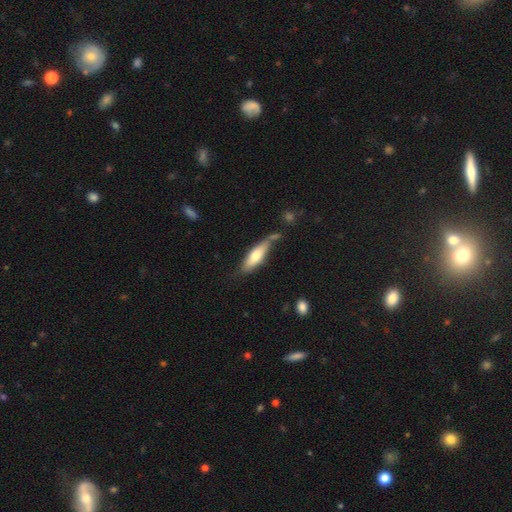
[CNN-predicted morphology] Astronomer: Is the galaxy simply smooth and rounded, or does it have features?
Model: smooth — 64%.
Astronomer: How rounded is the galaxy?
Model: cigar-shaped — 51% (runner-up: in between, 47%).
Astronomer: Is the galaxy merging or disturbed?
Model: none — 54%.